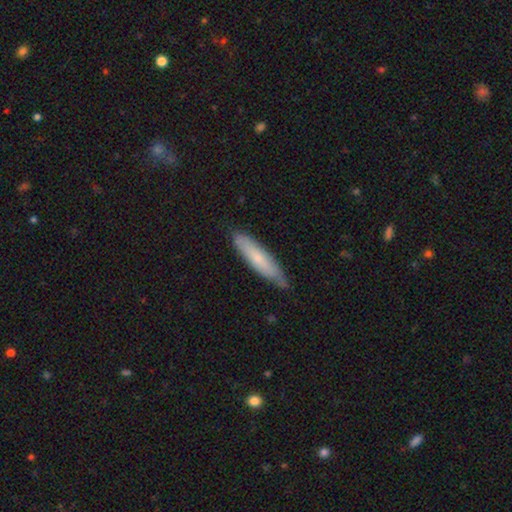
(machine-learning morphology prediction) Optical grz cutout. It shows a smooth galaxy with no disk features (68%) that is cigar-shaped (80%). Merging: none (75%).